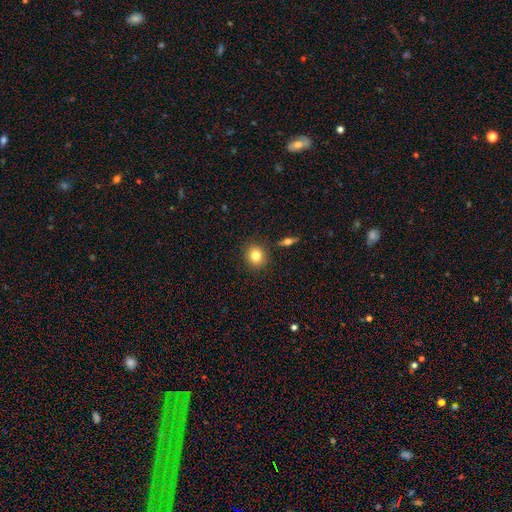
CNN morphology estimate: type=smooth (81%); roundness=round (82%); merging=none (86%).